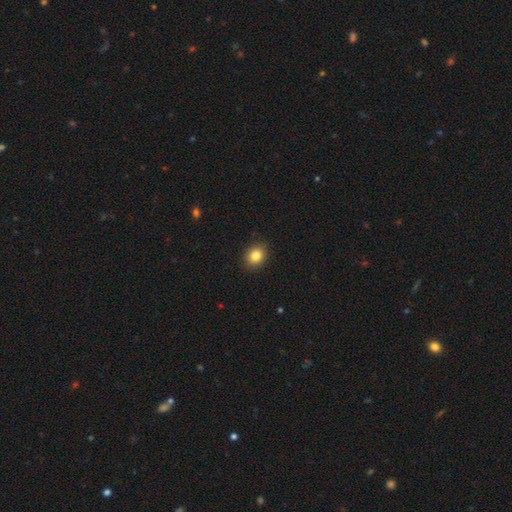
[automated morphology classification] This is clearly a smooth galaxy (84%). How rounded: possibly round (57%). Merging: clearly none (90%).